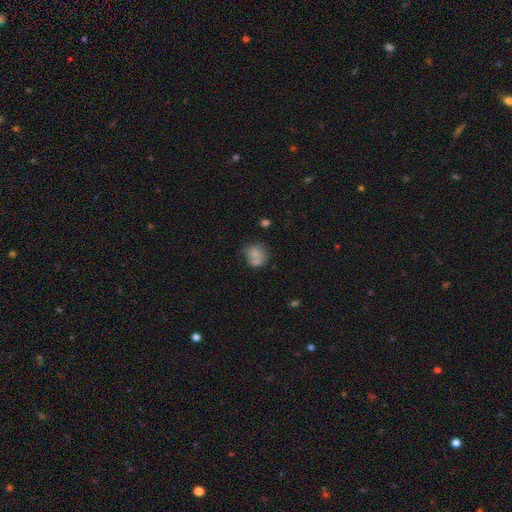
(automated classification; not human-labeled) The model was most divided on "merging": none: 48%, merger: 27%, minor disturbance: 17%, major disturbance: 8%. More confident: how rounded — round (73%); smooth or featured — smooth (73%).